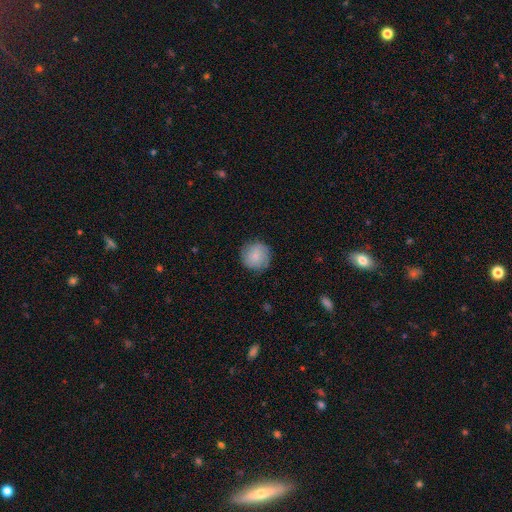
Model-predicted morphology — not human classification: A smooth galaxy with no disk features (76%) that is round (93%).

Vote fractions:
- Smooth or featured? smooth: 76% / featured or disk: 17% / star or artifact: 7%
- How rounded? round: 93% / in between: 6% / cigar-shaped: 1%
- Merging? none: 82% / minor disturbance: 13% / major disturbance: 3% / merger: 1%